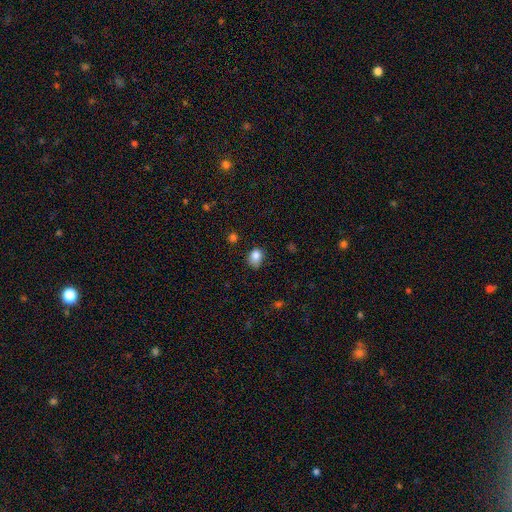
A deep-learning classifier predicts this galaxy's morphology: Overall: smooth (84%). How rounded: in between (54%; round 45%). Merging: none (60%; minor disturbance 31%).